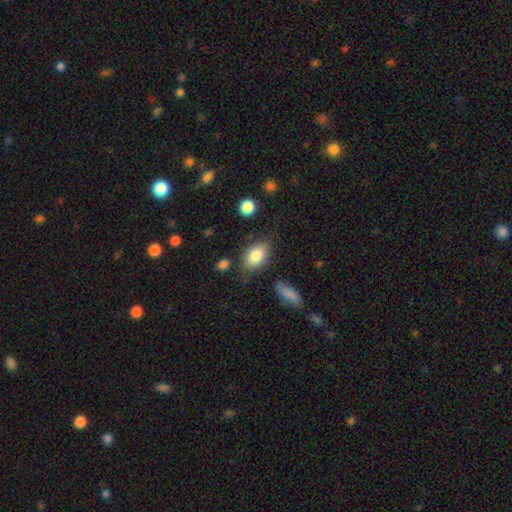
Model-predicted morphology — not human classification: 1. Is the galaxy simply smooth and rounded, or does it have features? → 83% smooth, 10% featured or disk, 7% star or artifact.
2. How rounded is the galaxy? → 89% in between, 8% round, 2% cigar-shaped.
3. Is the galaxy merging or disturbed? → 74% none, 17% minor disturbance, 5% merger, 5% major disturbance.